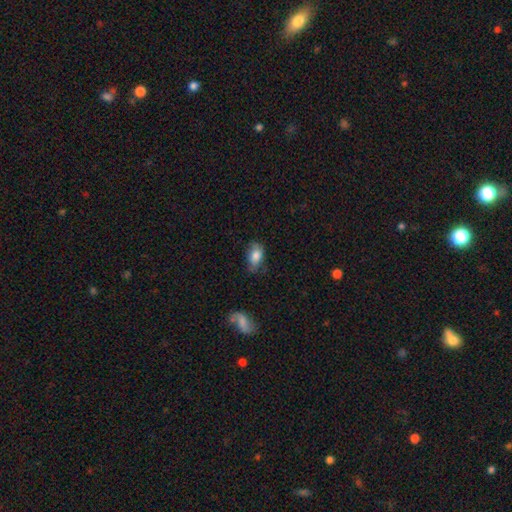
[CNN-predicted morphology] smooth 80%, featured or disk 13%, star or artifact 8%. Down the decision tree: how rounded — in between (89%); merging — none (59%).